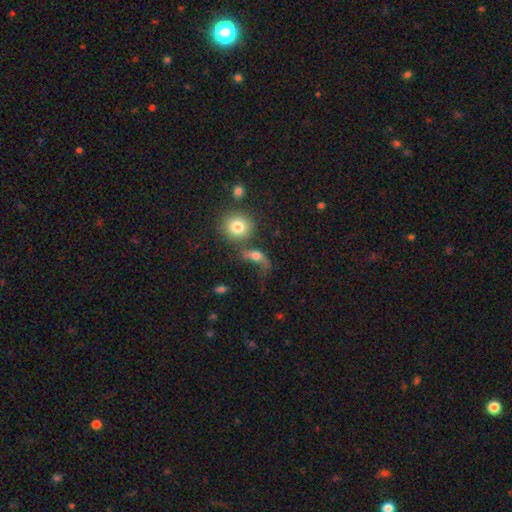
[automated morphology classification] A smooth galaxy with no disk features (57%) that is in between round and cigar-shaped (56%).

Vote fractions:
- Smooth or featured? smooth: 57% / featured or disk: 29% / star or artifact: 14%
- How rounded? in between: 56% / round: 36% / cigar-shaped: 8%
- Merging? major disturbance: 31% / none: 30% / merger: 22% / minor disturbance: 16%